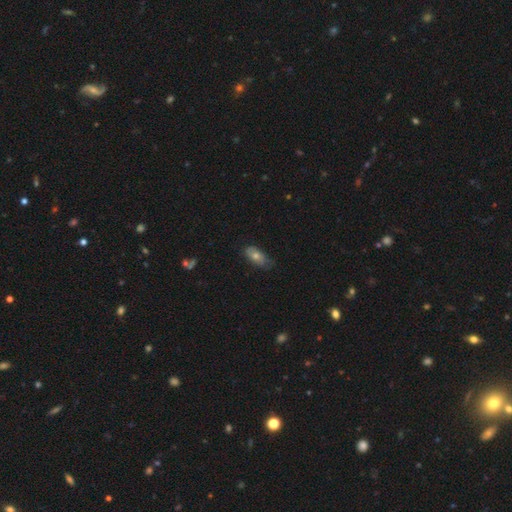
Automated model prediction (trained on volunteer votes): Morphology: type=smooth (60%); roundness=in between (84%); merging=none (68%).